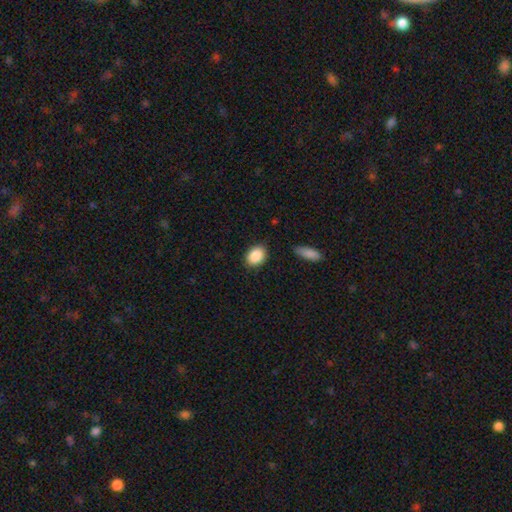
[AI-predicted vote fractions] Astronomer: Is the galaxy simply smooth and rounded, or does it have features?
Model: smooth — 89%.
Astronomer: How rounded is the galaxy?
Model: in between — 72%.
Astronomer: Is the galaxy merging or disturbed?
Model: none — 84%.